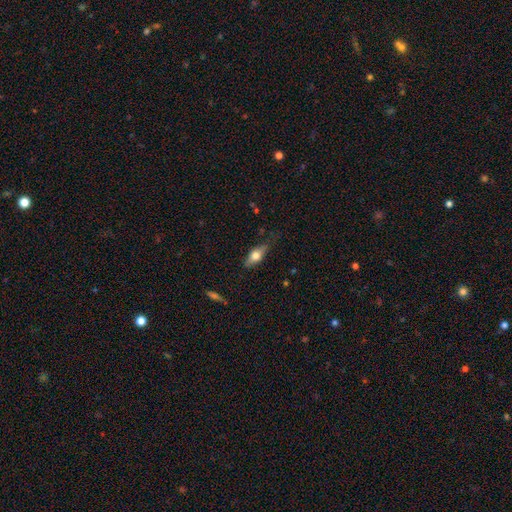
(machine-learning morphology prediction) Overall: smooth (59%; featured or disk 34%). How rounded: in between (69%). Merging: none (72%).